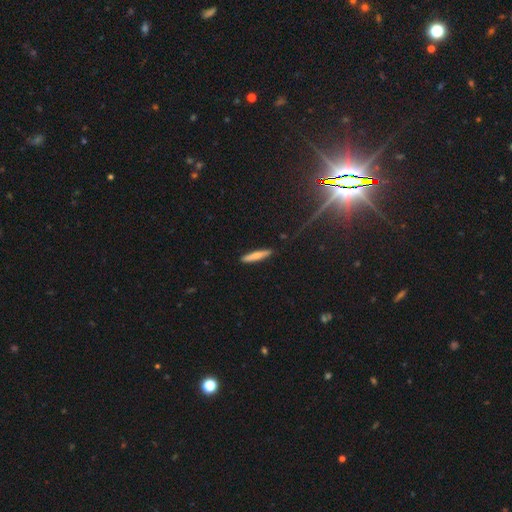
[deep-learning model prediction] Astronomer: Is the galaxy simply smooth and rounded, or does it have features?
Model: smooth — 66%.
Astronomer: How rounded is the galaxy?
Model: cigar-shaped — 90%.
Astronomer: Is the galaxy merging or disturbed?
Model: none — 90%.